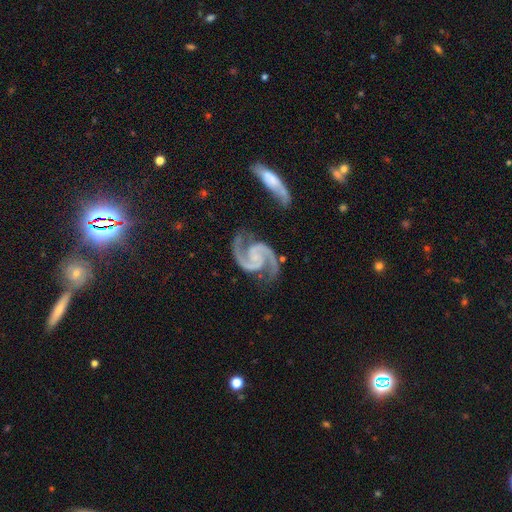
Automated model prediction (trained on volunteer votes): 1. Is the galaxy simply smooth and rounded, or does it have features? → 95% featured or disk, 3% star or artifact, 2% smooth.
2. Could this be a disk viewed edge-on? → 98% no, 2% yes.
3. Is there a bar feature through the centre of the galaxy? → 52% no, 33% weak, 15% strong.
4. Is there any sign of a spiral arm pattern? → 99% yes, 1% no.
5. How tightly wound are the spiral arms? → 64% medium, 21% tight, 15% loose.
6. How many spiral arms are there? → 95% 2, 1% 3, 1% can't tell, 1% 1, 1% 4, 1% more than 4.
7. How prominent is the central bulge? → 46% none, 40% small, 11% moderate, 2% large, 1% dominant.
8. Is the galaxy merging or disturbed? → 72% none, 16% minor disturbance, 7% major disturbance, 5% merger.